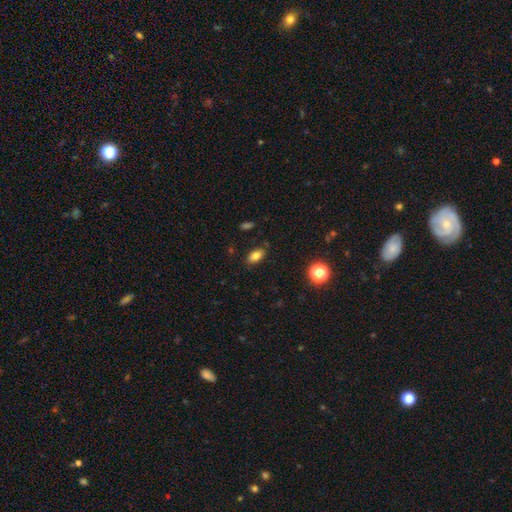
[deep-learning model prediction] Smooth or featured?
  - smooth: 80% *
  - star or artifact: 11%
  - featured or disk: 9%
How rounded?
  - in between: 88% *
  - round: 7%
  - cigar-shaped: 6%
Merging?
  - none: 85% *
  - minor disturbance: 11%
  - major disturbance: 3%
  - merger: 2%